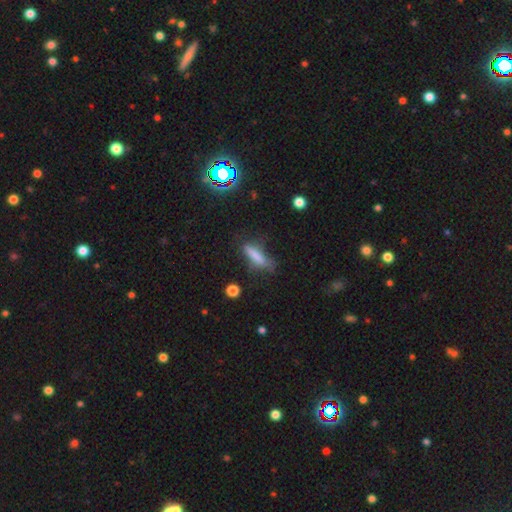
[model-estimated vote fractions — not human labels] The model was most divided on "merging": none: 50%, minor disturbance: 29%, major disturbance: 18%, merger: 4%. More confident: smooth or featured — smooth (72%); how rounded — cigar-shaped (68%).